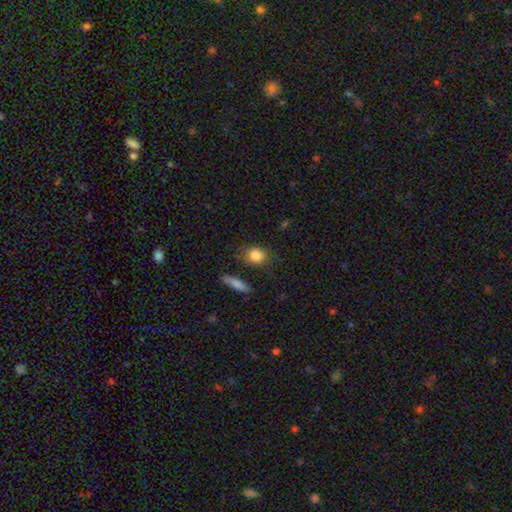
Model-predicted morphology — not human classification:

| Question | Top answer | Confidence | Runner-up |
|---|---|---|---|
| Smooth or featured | smooth | 85% | star or artifact (9%) |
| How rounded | round | 57% | in between (39%) |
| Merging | none | 76% | minor disturbance (16%) |